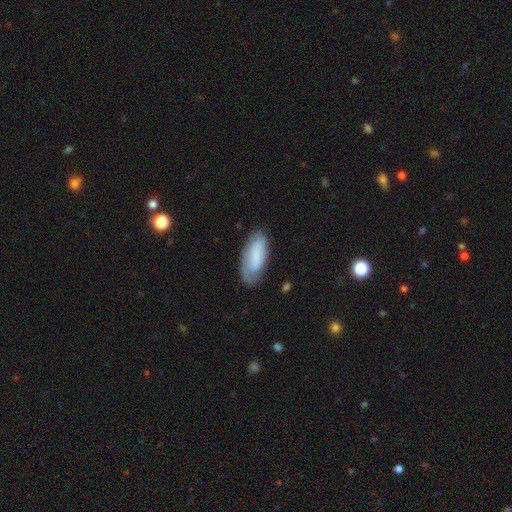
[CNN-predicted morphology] Q: Smooth or featured?
A: smooth (71%); runner-up: featured or disk (22%)
Q: How rounded?
A: in between (86%); runner-up: cigar-shaped (12%)
Q: Merging?
A: none (68%); runner-up: minor disturbance (23%)